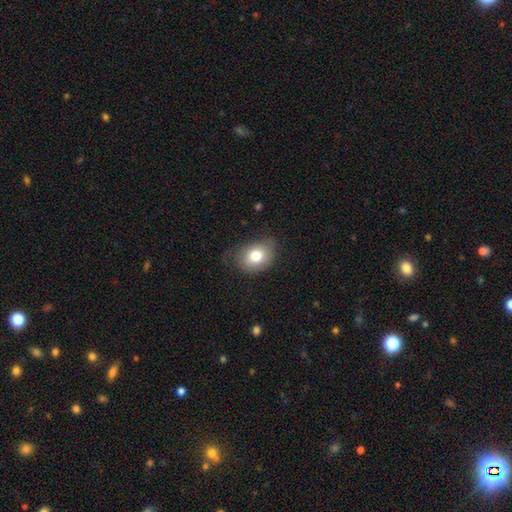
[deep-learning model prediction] smooth_or_featured: smooth (p=0.77) [alt: featured or disk p=0.14]
how_rounded: in between (p=0.59) [alt: round p=0.40]
merging: none (p=0.61) [alt: minor disturbance p=0.28]